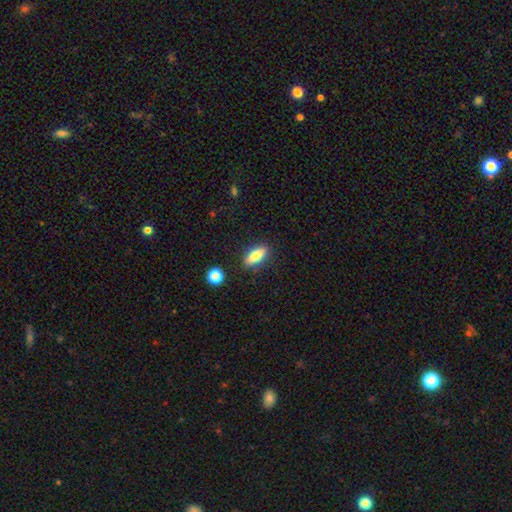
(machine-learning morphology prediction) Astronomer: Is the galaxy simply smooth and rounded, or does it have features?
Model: smooth — 68%.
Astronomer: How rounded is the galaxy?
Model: in between — 65%.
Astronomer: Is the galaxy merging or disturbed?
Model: none — 86%.